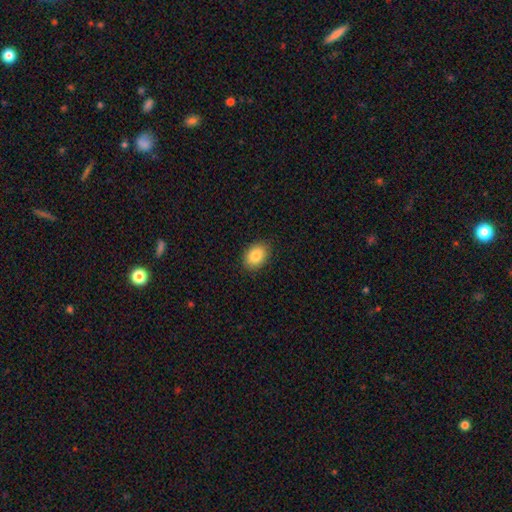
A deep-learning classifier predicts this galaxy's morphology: smooth-or-featured: smooth: 86% | star or artifact: 8% | featured or disk: 6%
  how-rounded: in between: 76% | round: 23% | cigar-shaped: 1%
  merging: none: 89% | minor disturbance: 8% | major disturbance: 2% | merger: 1%